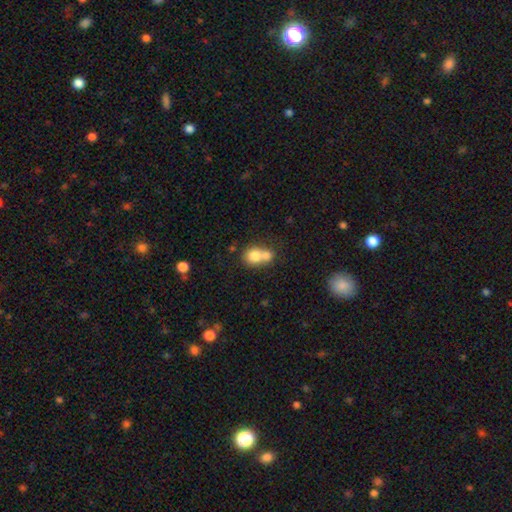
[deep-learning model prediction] The model was most divided on "merging": merger: 64%, none: 27%, minor disturbance: 6%, major disturbance: 3%. More confident: smooth or featured — smooth (76%); how rounded — round (70%).